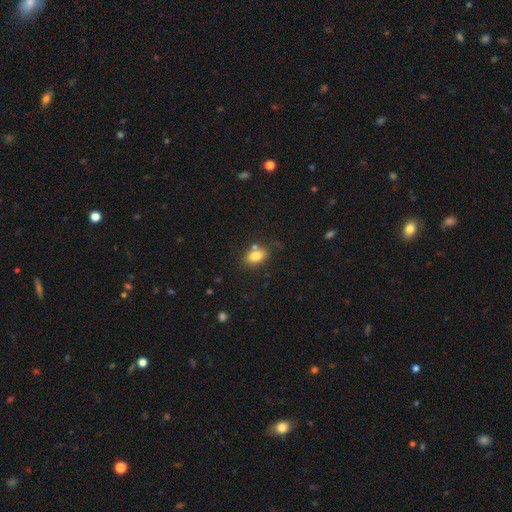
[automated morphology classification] A smooth galaxy with no disk features (80%) that is in between round and cigar-shaped (83%).

Vote fractions:
- Smooth or featured? smooth: 80% / featured or disk: 10% / star or artifact: 9%
- How rounded? in between: 83% / round: 14% / cigar-shaped: 2%
- Merging? none: 68% / merger: 14% / minor disturbance: 14% / major disturbance: 4%